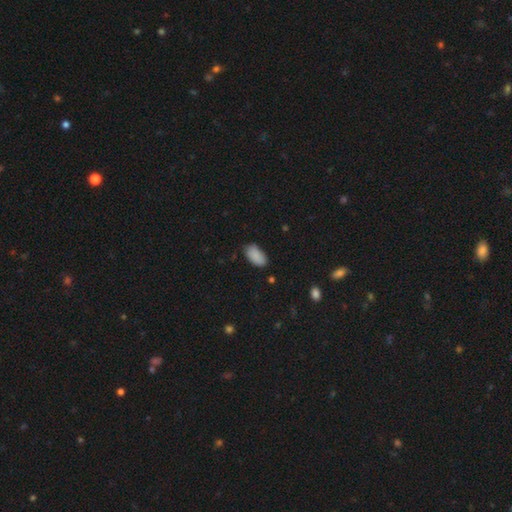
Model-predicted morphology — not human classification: This appears to be a smooth galaxy with no disk features (88%) that is in between round and cigar-shaped (94%). Merging: none (78%).